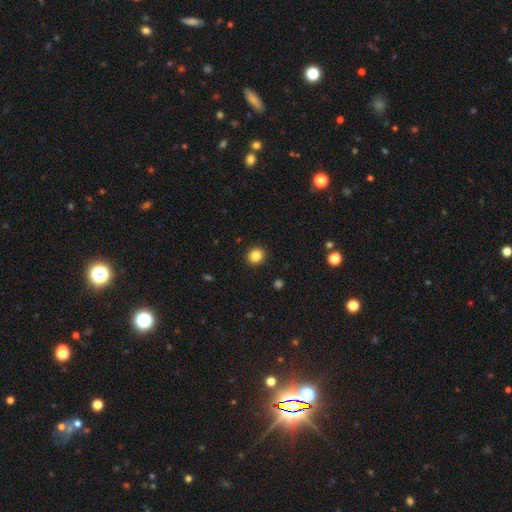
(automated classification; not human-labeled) Morphology: type=smooth (85%); roundness=round (83%); merging=none (92%).